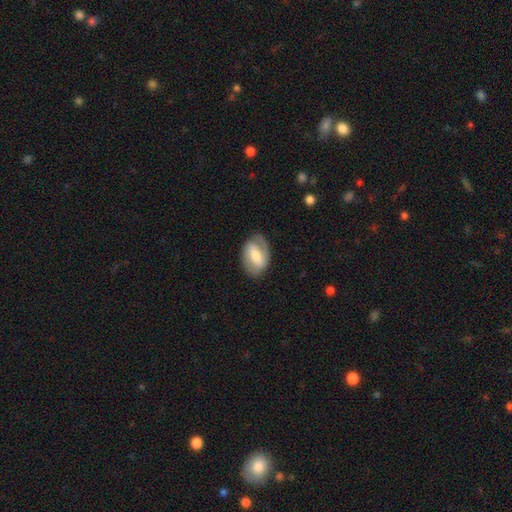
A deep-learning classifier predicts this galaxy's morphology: smooth_or_featured: featured or disk (p=0.63) [alt: smooth p=0.31]
disk_edge_on: no (p=0.95) [alt: yes p=0.05]
bar: strong (p=0.51) [alt: weak p=0.34]
has_spiral_arms: yes (p=0.75) [alt: no p=0.25]
bulge_size: moderate (p=0.47) [alt: small p=0.30]
merging: none (p=0.78) [alt: minor disturbance p=0.15]